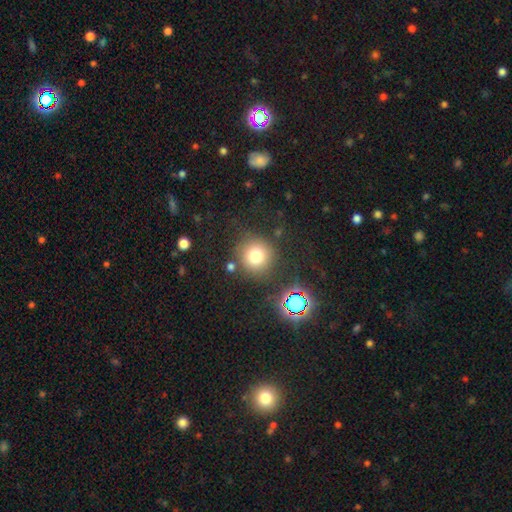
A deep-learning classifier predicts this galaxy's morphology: Smooth or featured: smooth — 76% (star or artifact — 16%)
How rounded: round — 93% (in between — 6%)
Merging: none — 81% (minor disturbance — 10%)